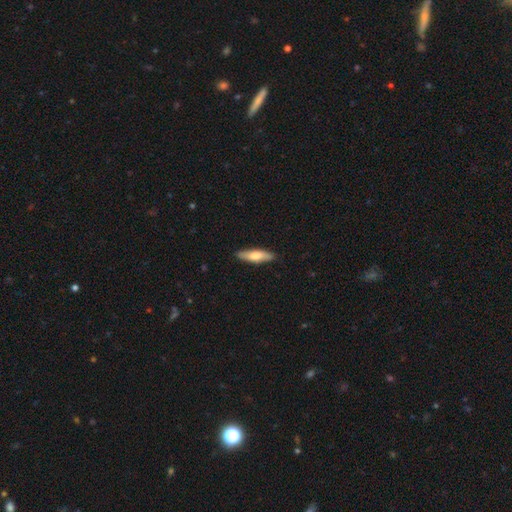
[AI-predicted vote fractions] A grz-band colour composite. It shows a smooth galaxy with no disk features (65%) that is cigar-shaped (70%). Merging: none (87%).